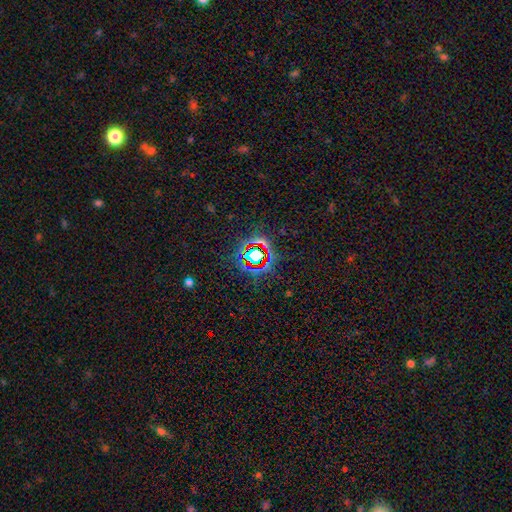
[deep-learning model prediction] Smooth or featured? Predicted: star or artifact (p=0.75).